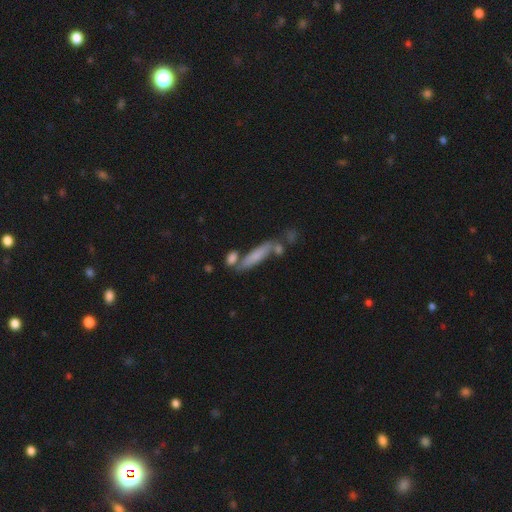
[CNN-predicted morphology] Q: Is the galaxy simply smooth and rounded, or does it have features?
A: smooth — 66%.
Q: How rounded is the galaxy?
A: cigar-shaped — 77%.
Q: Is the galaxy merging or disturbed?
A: none — 58%.